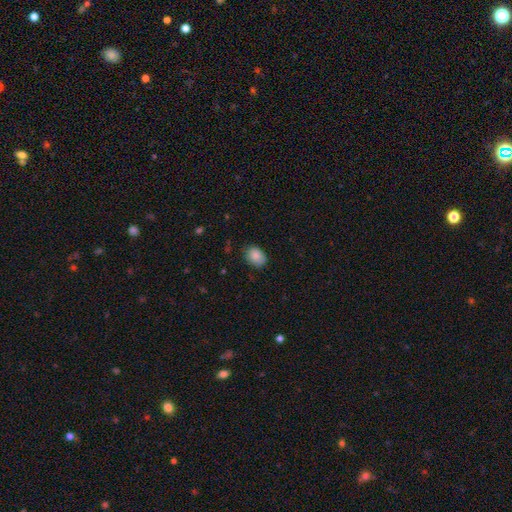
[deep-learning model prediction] A smooth galaxy with no disk features (87%) that is in between round and cigar-shaped (67%). Merging: none (78%).